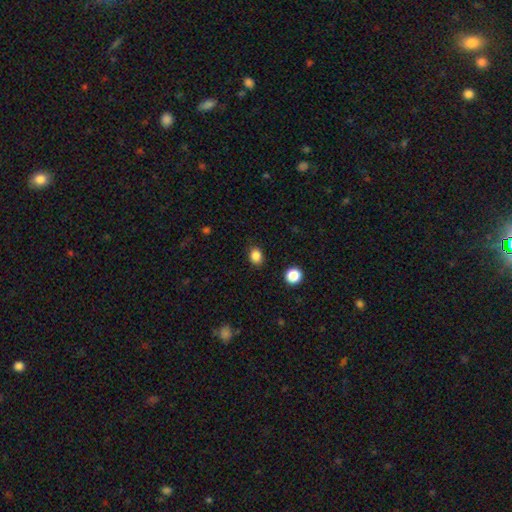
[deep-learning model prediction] The model was most divided on "how rounded": round: 54%, in between: 45%, cigar-shaped: 1%. More confident: merging — none (85%); smooth or featured — smooth (85%).